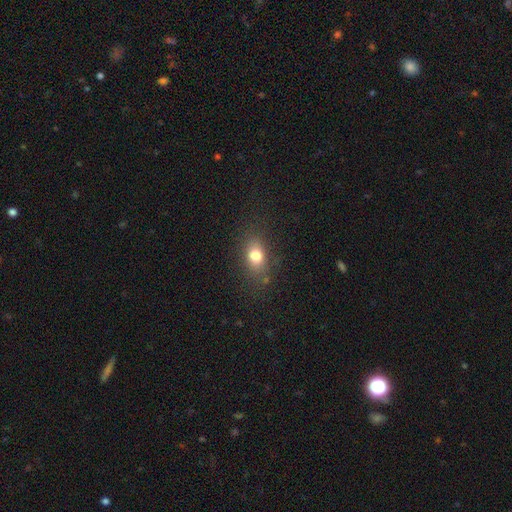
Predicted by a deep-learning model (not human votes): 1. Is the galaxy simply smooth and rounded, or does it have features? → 77% smooth, 12% star or artifact, 11% featured or disk.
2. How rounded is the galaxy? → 67% in between, 30% round, 3% cigar-shaped.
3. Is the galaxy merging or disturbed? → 78% none, 14% minor disturbance, 6% major disturbance, 2% merger.